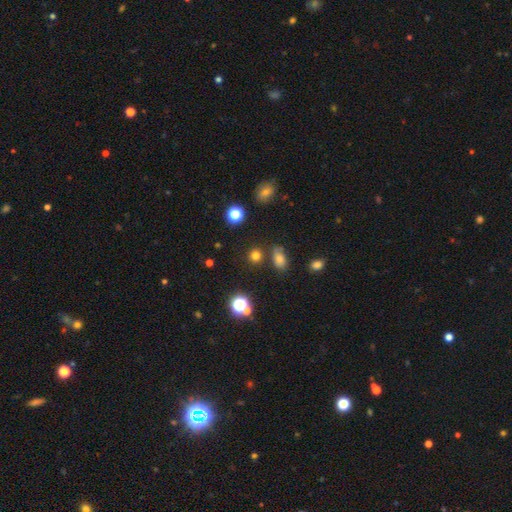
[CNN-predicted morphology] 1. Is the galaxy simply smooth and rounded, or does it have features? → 71% smooth, 22% star or artifact, 6% featured or disk.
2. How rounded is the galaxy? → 82% round, 16% in between, 2% cigar-shaped.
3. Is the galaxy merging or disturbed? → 79% none, 10% minor disturbance, 7% merger, 3% major disturbance.